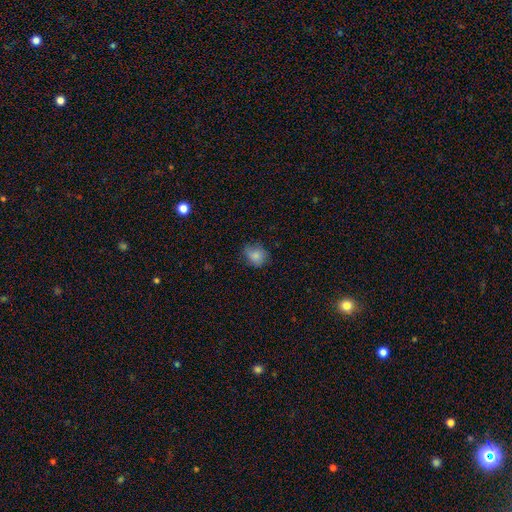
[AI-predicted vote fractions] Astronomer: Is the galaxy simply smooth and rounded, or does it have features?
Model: smooth — 84%.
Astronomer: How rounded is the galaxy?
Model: round — 68%.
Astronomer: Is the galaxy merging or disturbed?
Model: none — 72%.